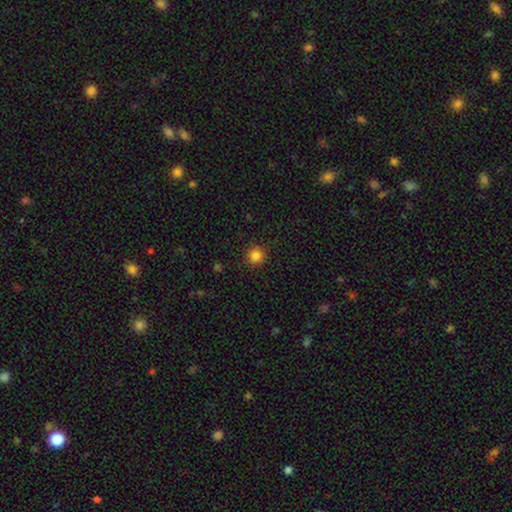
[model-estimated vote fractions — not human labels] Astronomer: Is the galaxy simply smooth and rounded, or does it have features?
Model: smooth — 84%.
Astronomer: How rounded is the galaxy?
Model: round — 92%.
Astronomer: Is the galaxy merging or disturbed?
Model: none — 90%.